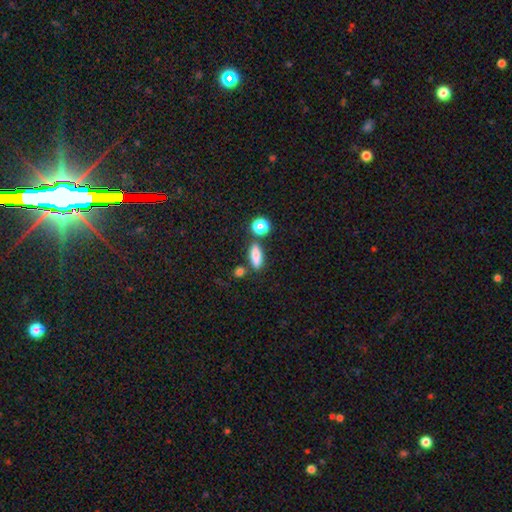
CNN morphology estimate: type=smooth (82%); roundness=in between (57%); merging=none (75%).